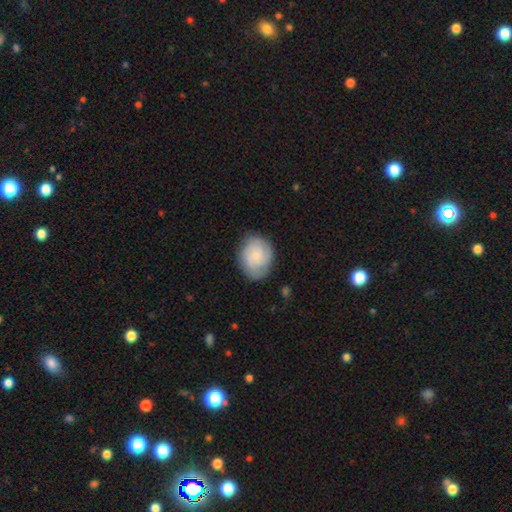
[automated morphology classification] A smooth galaxy with no disk features (61%) that is round (50%).

Vote fractions:
- Smooth or featured? smooth: 61% / featured or disk: 32% / star or artifact: 7%
- How rounded? round: 50% / in between: 49% / cigar-shaped: 1%
- Merging? none: 74% / minor disturbance: 19% / major disturbance: 5% / merger: 1%